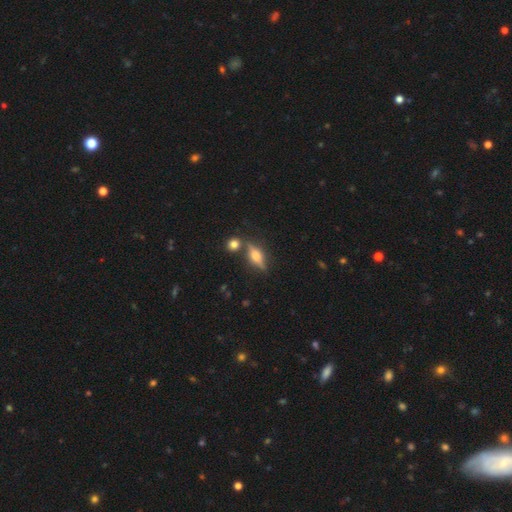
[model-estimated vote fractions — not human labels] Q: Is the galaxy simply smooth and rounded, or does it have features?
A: featured or disk — 60%.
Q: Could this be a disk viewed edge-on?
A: yes — 93%.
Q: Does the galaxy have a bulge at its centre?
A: rounded — 92%.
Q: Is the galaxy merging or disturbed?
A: none — 75%.